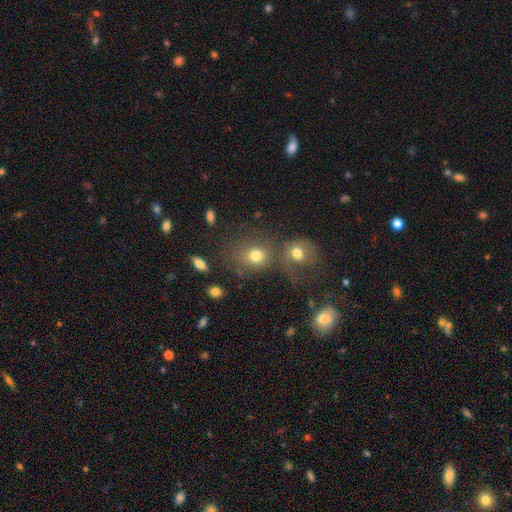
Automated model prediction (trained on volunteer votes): smooth-or-featured: smooth: 75% | star or artifact: 13% | featured or disk: 13%
  how-rounded: round: 70% | in between: 29% | cigar-shaped: 1%
  merging: none: 42% | merger: 38% | minor disturbance: 11% | major disturbance: 9%